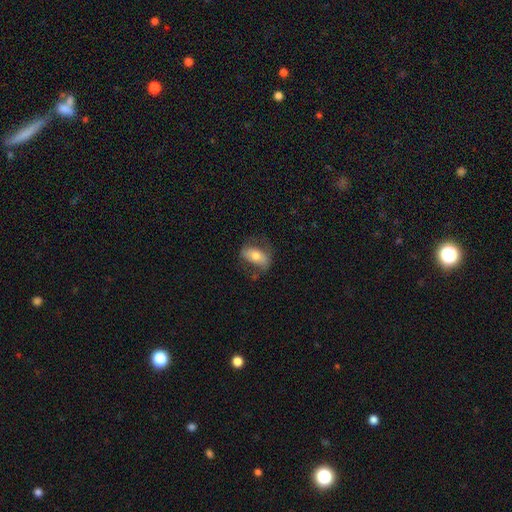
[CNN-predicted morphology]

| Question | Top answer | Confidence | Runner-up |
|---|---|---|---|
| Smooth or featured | smooth | 61% | featured or disk (32%) |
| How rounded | in between | 89% | round (7%) |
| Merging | none | 59% | minor disturbance (24%) |